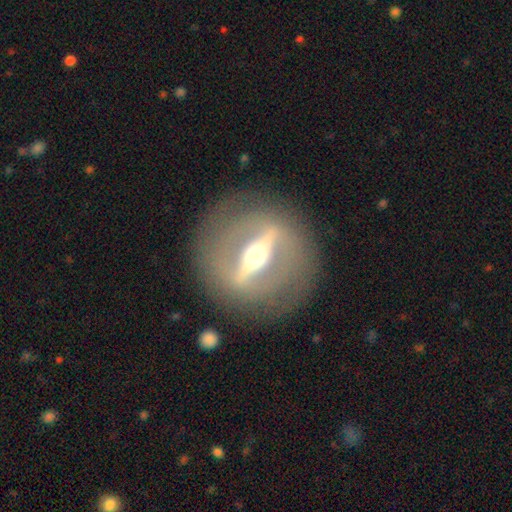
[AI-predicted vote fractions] A featured or disk galaxy (86%) viewed edge-on (57%).

Vote fractions:
- Smooth or featured? featured or disk: 86% / smooth: 8% / star or artifact: 6%
- Edge-on disk? yes: 57% / no: 43%
- Merging? none: 86% / minor disturbance: 8% / major disturbance: 5% / merger: 1%